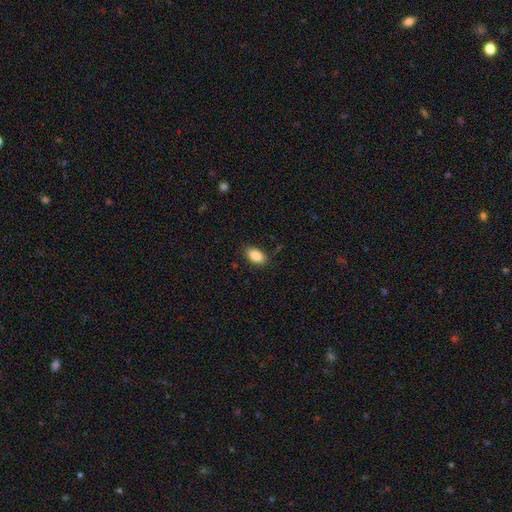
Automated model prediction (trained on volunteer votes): This appears to be a smooth galaxy with no disk features (88%) that is in between round and cigar-shaped (92%). Merging: none (86%).